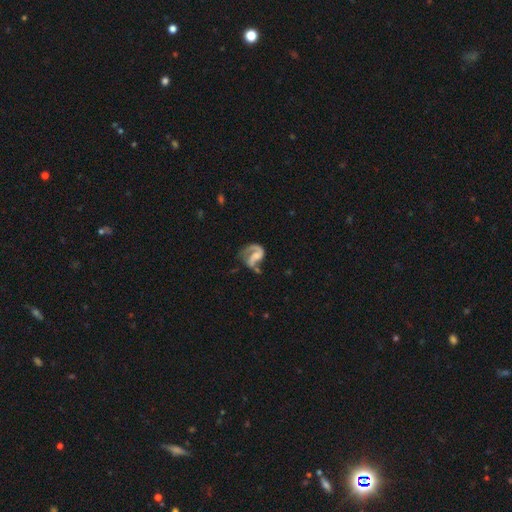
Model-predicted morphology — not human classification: A featured or disk galaxy (79%) with no bar (44%), 2 (61%) medium (45%) spiral arms (90%) and a small central bulge (40%).

Vote fractions:
- Smooth or featured? featured or disk: 79% / smooth: 14% / star or artifact: 7%
- Edge-on disk? no: 98% / yes: 2%
- Bar? no: 44% / weak: 40% / strong: 16%
- Spiral arms? yes: 90% / no: 10%
- Spiral winding? medium: 45% / loose: 40% / tight: 15%
- Spiral arm count? 2: 61% / 1: 32% / can't tell: 4% / 3: 1% / 4: 1% / more than 4: 1%
- Bulge size? small: 40% / moderate: 30% / none: 24% / large: 5% / dominant: 1%
- Merging? none: 36% / major disturbance: 32% / minor disturbance: 20% / merger: 11%